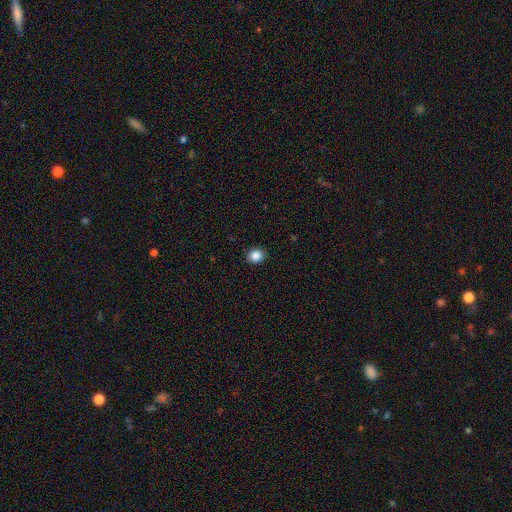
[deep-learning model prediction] A smooth galaxy with no disk features (86%) that is round (73%).

Vote fractions:
- Smooth or featured? smooth: 86% / star or artifact: 10% / featured or disk: 4%
- How rounded? round: 73% / in between: 26% / cigar-shaped: 1%
- Merging? none: 91% / minor disturbance: 6% / major disturbance: 2% / merger: 1%